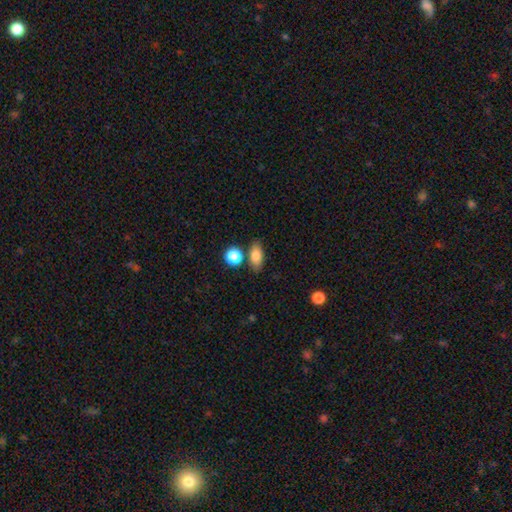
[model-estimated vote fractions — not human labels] Q: Smooth or featured?
A: smooth (83%); runner-up: star or artifact (9%)
Q: How rounded?
A: in between (81%); runner-up: round (12%)
Q: Merging?
A: none (76%); runner-up: minor disturbance (12%)